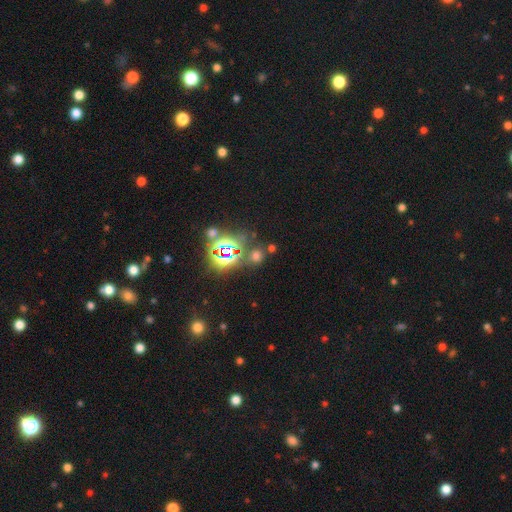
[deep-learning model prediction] The model was most divided on "smooth or featured": star or artifact: 47%, smooth: 45%, featured or disk: 7%.